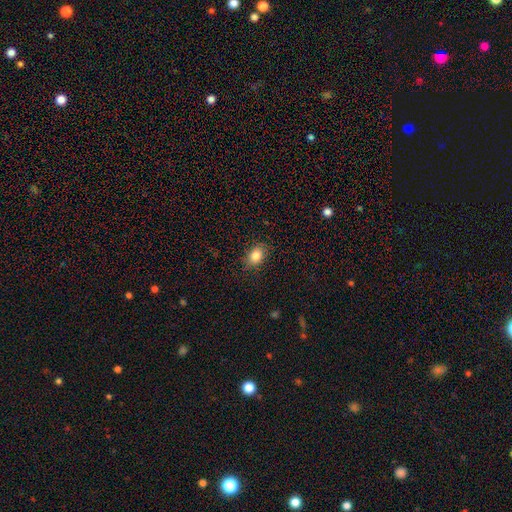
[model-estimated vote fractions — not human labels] Smooth or featured: smooth — 85% (star or artifact — 9%)
How rounded: in between — 69% (round — 29%)
Merging: none — 83% (minor disturbance — 13%)